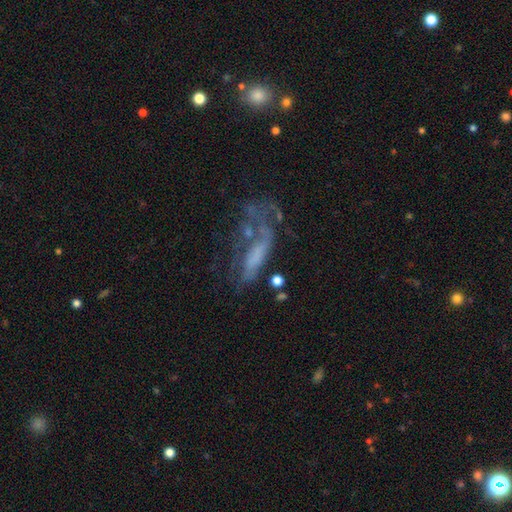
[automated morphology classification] Smooth or featured: featured or disk — 57% (smooth — 30%)
Edge-on disk: no — 85% (yes — 15%)
Merging: major disturbance — 42% (none — 29%)